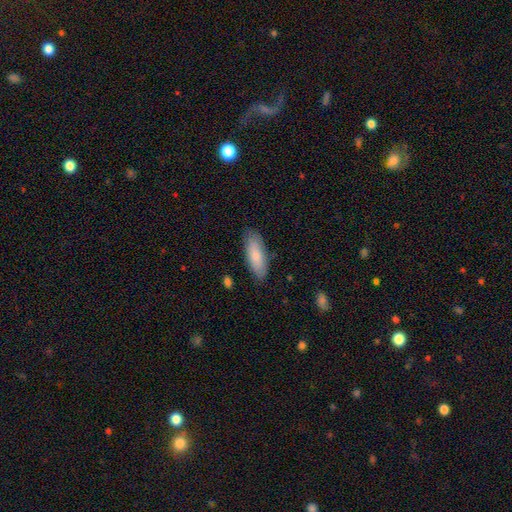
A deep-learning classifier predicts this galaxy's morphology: This appears to be a smooth galaxy with no disk features (81%) that is in between round and cigar-shaped (71%). Merging: none (82%).